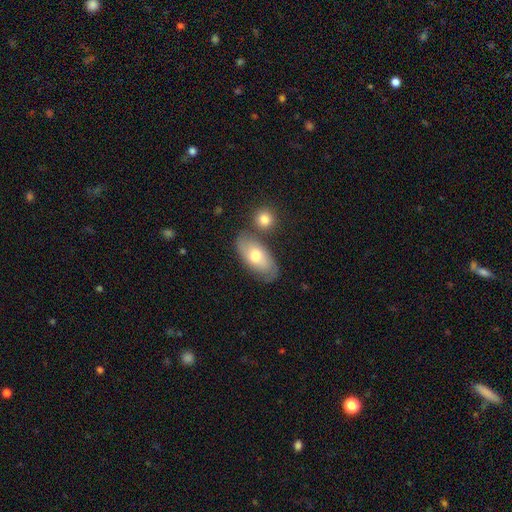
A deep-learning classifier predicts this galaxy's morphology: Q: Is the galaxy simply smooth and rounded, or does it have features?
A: smooth — 64%.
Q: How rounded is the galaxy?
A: in between — 90%.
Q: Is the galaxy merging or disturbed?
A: none — 65%.